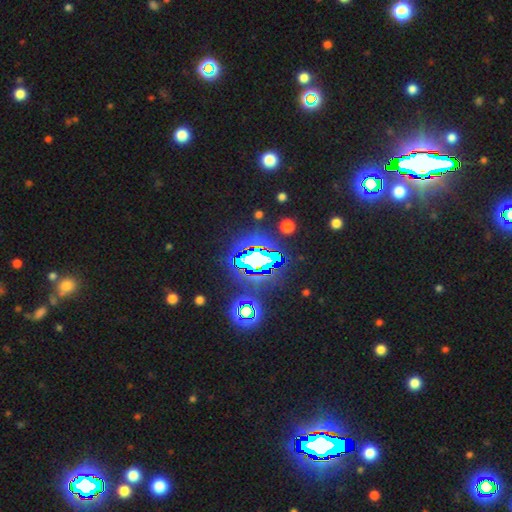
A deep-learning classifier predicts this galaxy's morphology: smooth-or-featured: star or artifact: 75% | smooth: 14% | featured or disk: 11%